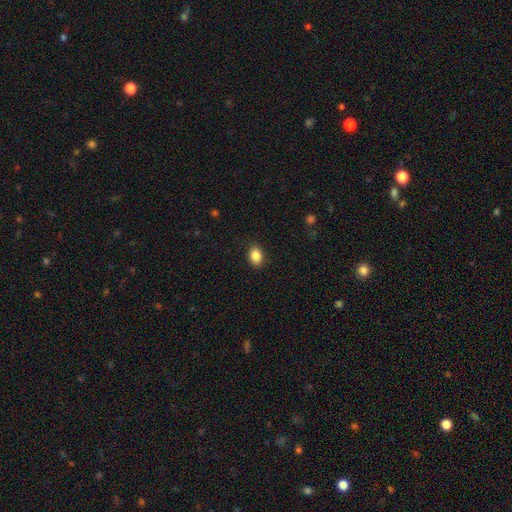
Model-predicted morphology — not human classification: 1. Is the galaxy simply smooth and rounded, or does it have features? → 86% smooth, 9% star or artifact, 5% featured or disk.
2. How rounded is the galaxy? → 71% in between, 28% round, 1% cigar-shaped.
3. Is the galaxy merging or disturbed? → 89% none, 8% minor disturbance, 2% major disturbance, 1% merger.